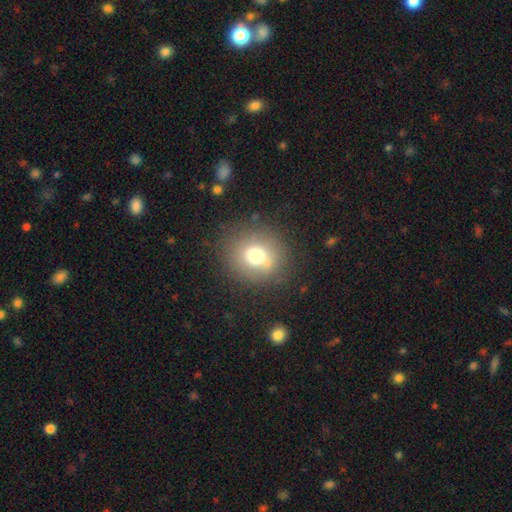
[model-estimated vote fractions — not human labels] smooth_or_featured: smooth (p=0.70) [alt: star or artifact p=0.15]
how_rounded: round (p=0.88) [alt: in between p=0.11]
merging: none (p=0.78) [alt: minor disturbance p=0.12]